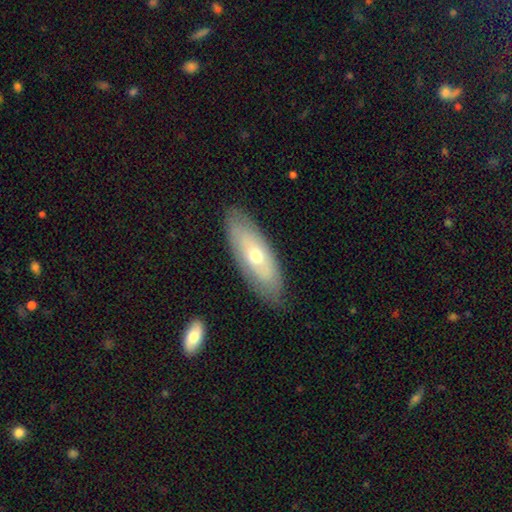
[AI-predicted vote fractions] smooth-or-featured: smooth: 48% | featured or disk: 46% | star or artifact: 6%
  merging: none: 81% | minor disturbance: 14% | major disturbance: 3% | merger: 1%